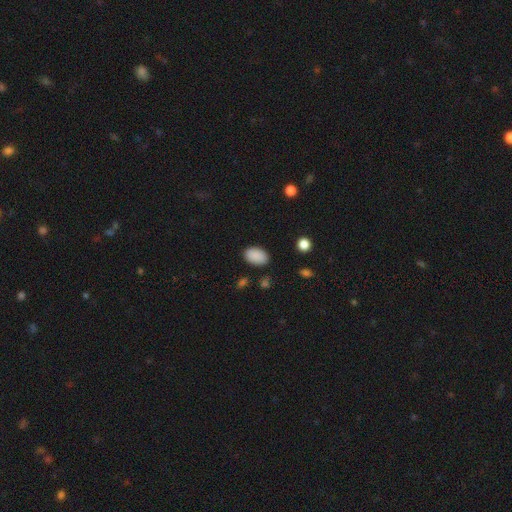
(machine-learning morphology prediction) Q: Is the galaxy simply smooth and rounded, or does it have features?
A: smooth — 89%.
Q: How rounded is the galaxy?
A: in between — 90%.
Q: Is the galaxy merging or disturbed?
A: none — 86%.